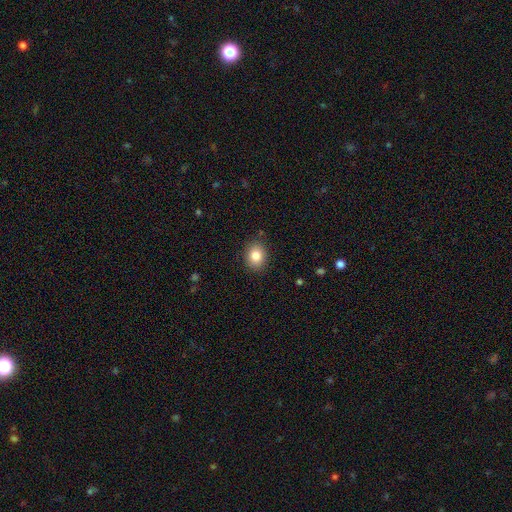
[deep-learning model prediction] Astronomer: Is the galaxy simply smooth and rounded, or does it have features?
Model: smooth — 84%.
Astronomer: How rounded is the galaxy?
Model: in between — 51% (runner-up: round, 49%).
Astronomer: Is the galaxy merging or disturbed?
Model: none — 87%.